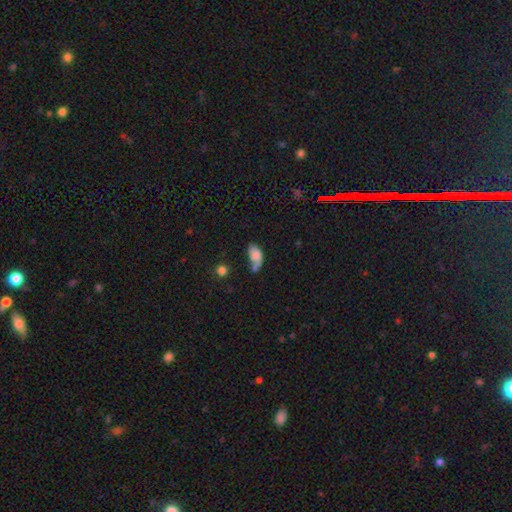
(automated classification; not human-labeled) Q: Smooth or featured?
A: smooth (55%); runner-up: featured or disk (35%)
Q: How rounded?
A: in between (89%); runner-up: round (8%)
Q: Merging?
A: major disturbance (32%); runner-up: none (29%)